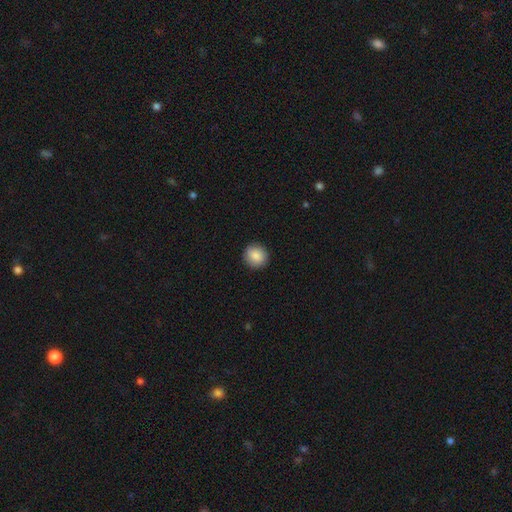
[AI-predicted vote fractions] A smooth galaxy with no disk features (87%) that is round (87%). Merging: none (90%).